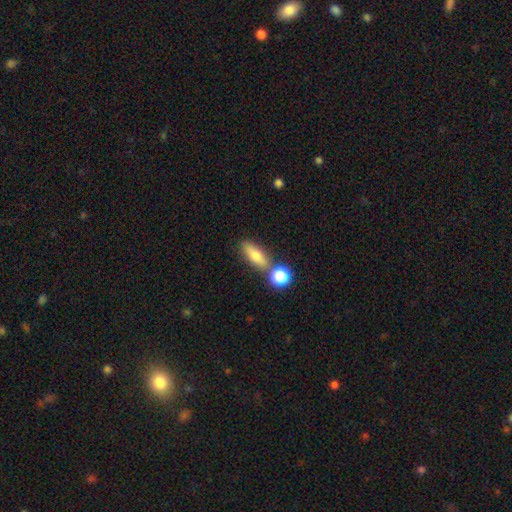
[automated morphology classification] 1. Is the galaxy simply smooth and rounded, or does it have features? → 71% smooth, 20% featured or disk, 10% star or artifact.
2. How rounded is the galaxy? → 61% in between, 31% cigar-shaped, 8% round.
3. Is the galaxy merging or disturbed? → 69% none, 15% merger, 12% minor disturbance, 4% major disturbance.